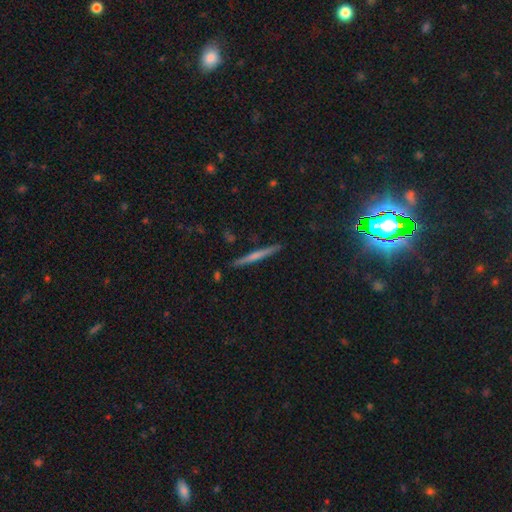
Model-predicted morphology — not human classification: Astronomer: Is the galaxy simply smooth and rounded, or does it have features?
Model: featured or disk — 51% (runner-up: smooth, 42%).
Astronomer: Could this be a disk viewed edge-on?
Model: yes — 98%.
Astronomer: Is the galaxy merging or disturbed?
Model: none — 90%.